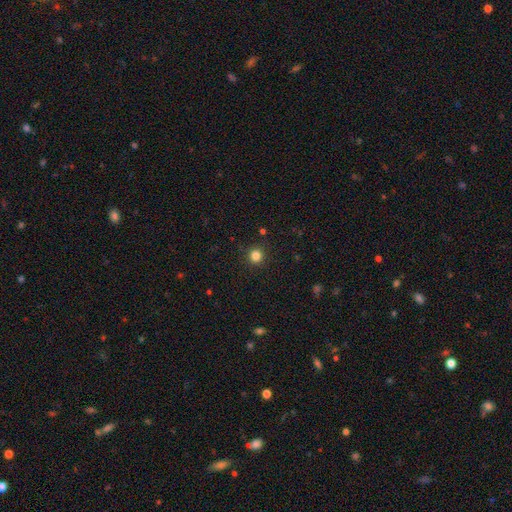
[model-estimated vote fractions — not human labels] smooth 84%, star or artifact 13%, featured or disk 4%. Down the decision tree: how rounded — round (92%); merging — none (91%).